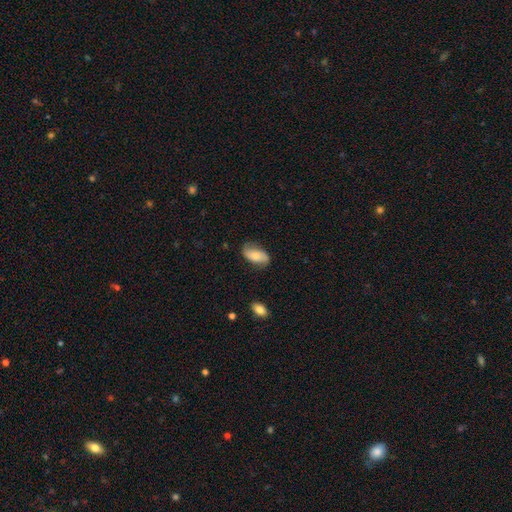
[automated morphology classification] type=smooth (55%); roundness=in between (92%); merging=none (70%).